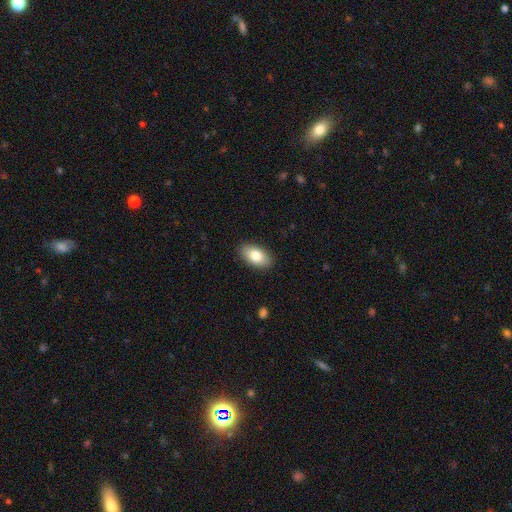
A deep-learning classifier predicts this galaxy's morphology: This appears to be a smooth galaxy with no disk features (81%) that is in between round and cigar-shaped (93%). Merging: none (89%).